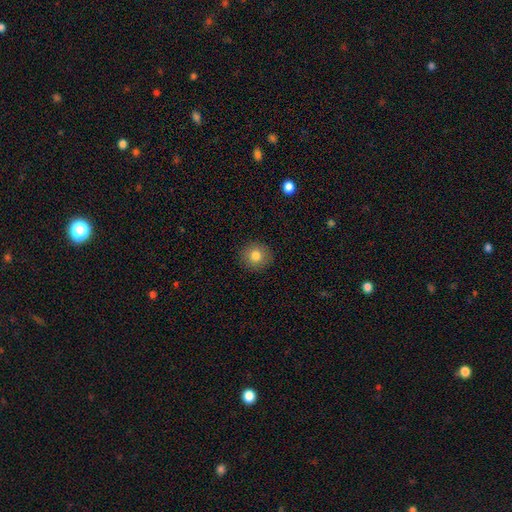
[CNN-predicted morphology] smooth 81%, star or artifact 10%, featured or disk 8%. Down the decision tree: how rounded — round (90%); merging — none (91%).